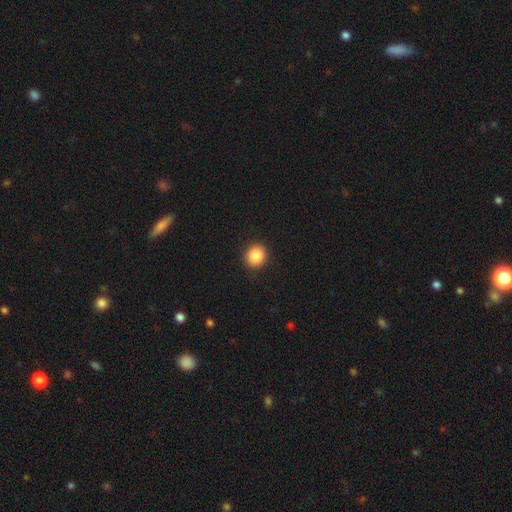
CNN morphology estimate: Smooth or featured?
  - smooth: 87% *
  - star or artifact: 9%
  - featured or disk: 4%
How rounded?
  - round: 86% *
  - in between: 13%
  - cigar-shaped: 1%
Merging?
  - none: 92% *
  - minor disturbance: 5%
  - major disturbance: 2%
  - merger: 1%